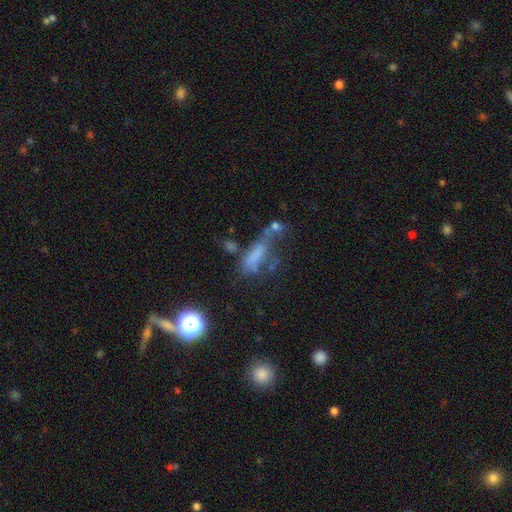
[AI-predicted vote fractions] Morphology: type=smooth (49%); merging=major disturbance (31%).